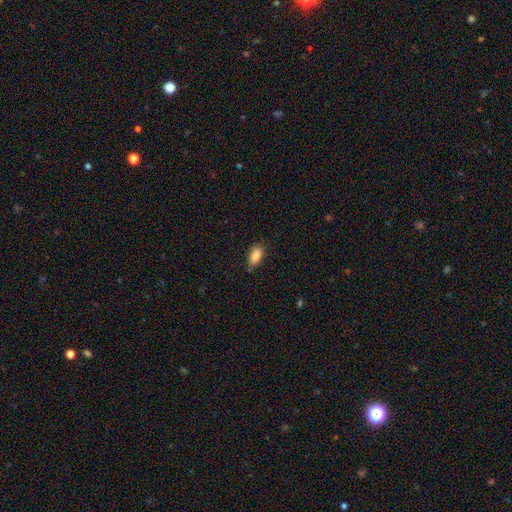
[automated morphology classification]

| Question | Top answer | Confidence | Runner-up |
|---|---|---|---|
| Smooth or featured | smooth | 87% | star or artifact (8%) |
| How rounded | in between | 90% | cigar-shaped (6%) |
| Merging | none | 78% | minor disturbance (18%) |